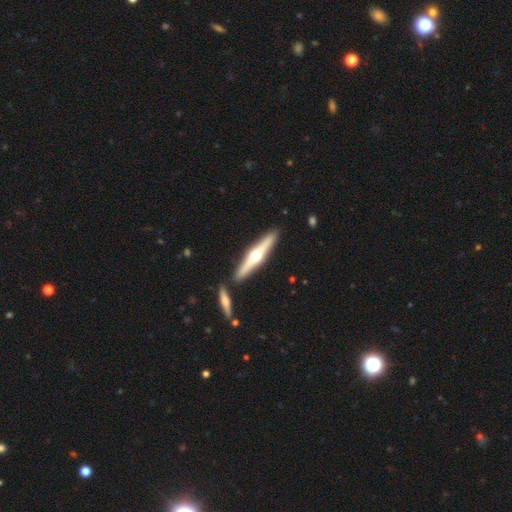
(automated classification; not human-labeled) Smooth or featured: featured or disk — 68% (smooth — 27%)
Edge-on disk: yes — 96% (no — 4%)
Edge-on bulge: rounded — 94% (none — 3%)
Merging: none — 84% (minor disturbance — 7%)